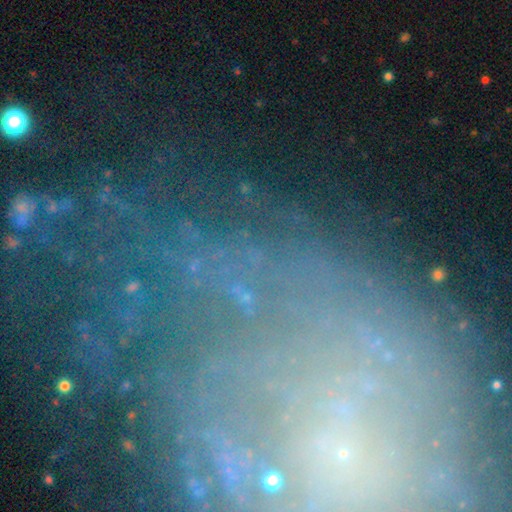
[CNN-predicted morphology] Overall: star or artifact (64%).